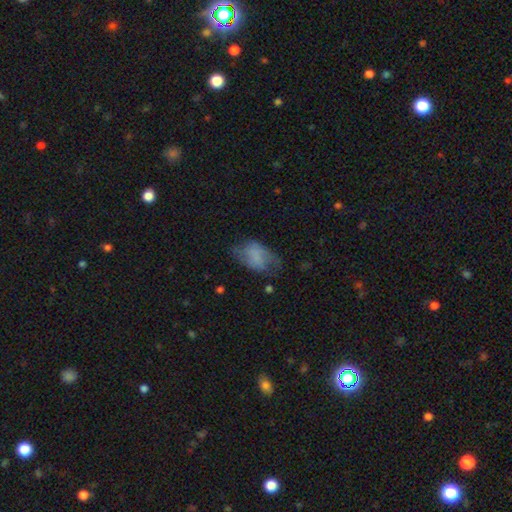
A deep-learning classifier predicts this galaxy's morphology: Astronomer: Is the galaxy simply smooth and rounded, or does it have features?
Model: smooth — 59%.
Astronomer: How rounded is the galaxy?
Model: in between — 88%.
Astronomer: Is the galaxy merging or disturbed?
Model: none — 49% (runner-up: minor disturbance, 30%).